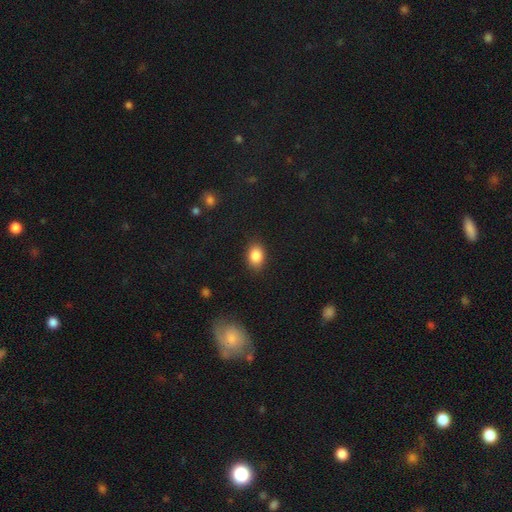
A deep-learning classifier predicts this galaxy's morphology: smooth-or-featured: smooth: 85% | star or artifact: 9% | featured or disk: 6%
  how-rounded: in between: 74% | round: 24% | cigar-shaped: 1%
  merging: none: 86% | minor disturbance: 11% | major disturbance: 2% | merger: 1%